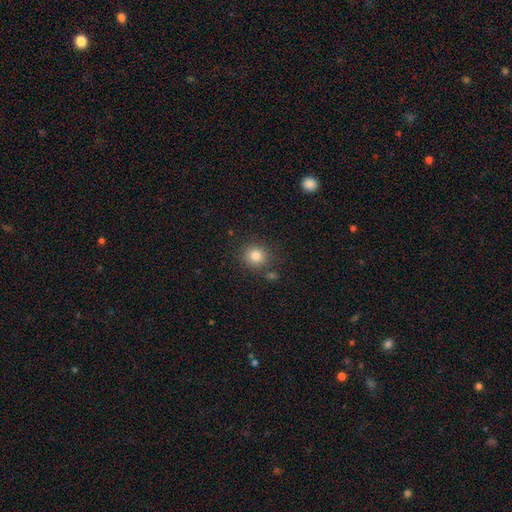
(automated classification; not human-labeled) smooth_or_featured: smooth (p=0.81) [alt: star or artifact p=0.12]
how_rounded: round (p=0.89) [alt: in between p=0.10]
merging: none (p=0.83) [alt: minor disturbance p=0.09]